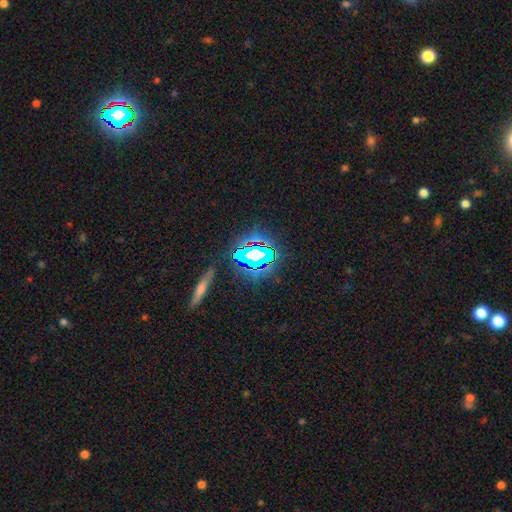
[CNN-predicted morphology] Overall: star or artifact (68%).